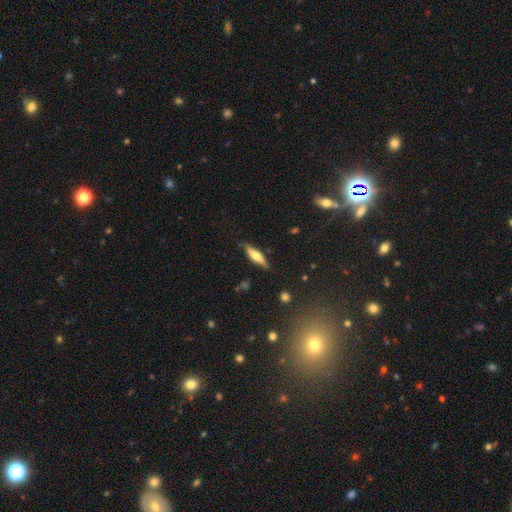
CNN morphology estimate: smooth-or-featured: smooth: 53% | featured or disk: 41% | star or artifact: 7%
  how-rounded: cigar-shaped: 66% | in between: 32% | round: 2%
  merging: none: 81% | minor disturbance: 15% | major disturbance: 3% | merger: 2%